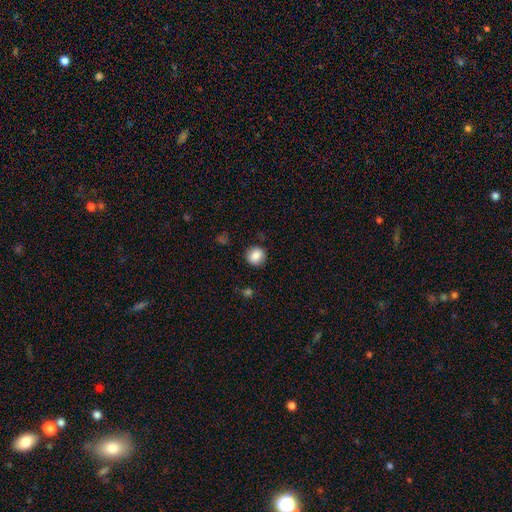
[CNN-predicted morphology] Smooth or featured?
  - smooth: 86% *
  - star or artifact: 9%
  - featured or disk: 6%
How rounded?
  - round: 86% *
  - in between: 13%
  - cigar-shaped: 1%
Merging?
  - none: 87% *
  - minor disturbance: 9%
  - major disturbance: 3%
  - merger: 1%